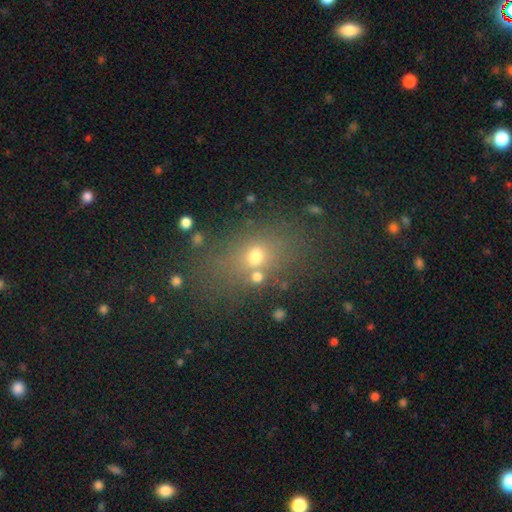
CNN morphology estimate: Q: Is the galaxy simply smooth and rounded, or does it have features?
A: smooth — 60%.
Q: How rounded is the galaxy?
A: in between — 63%.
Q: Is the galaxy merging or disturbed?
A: none — 72%.